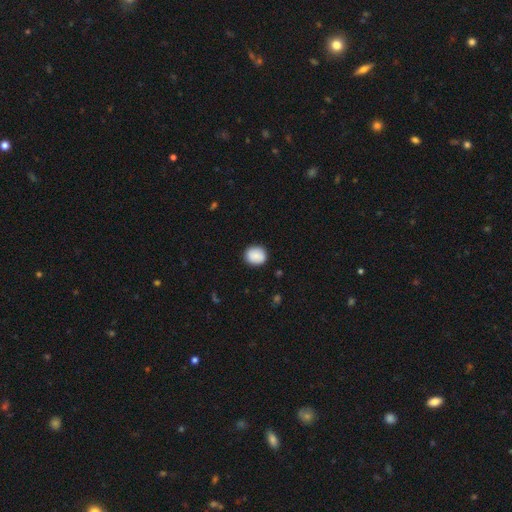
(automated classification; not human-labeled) This is clearly a smooth galaxy (88%). How rounded: likely round (78%). Merging: clearly none (87%).